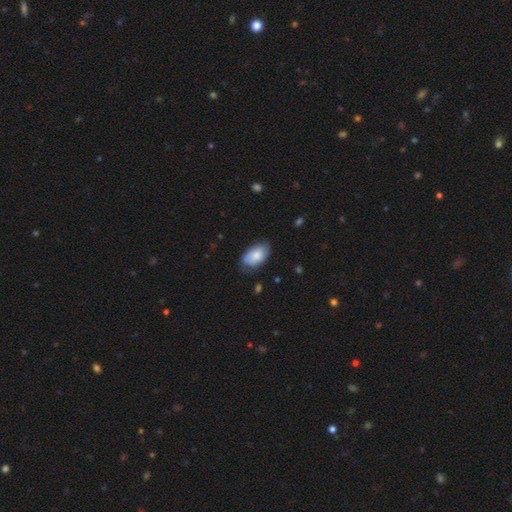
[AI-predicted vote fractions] smooth 73%, featured or disk 21%, star or artifact 6%. Down the decision tree: how rounded — in between (93%); merging — none (64%).